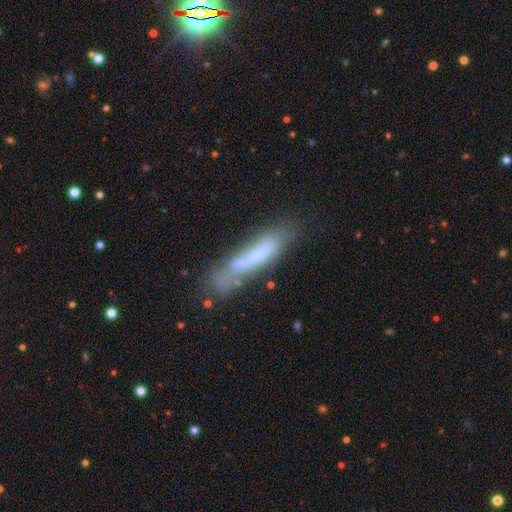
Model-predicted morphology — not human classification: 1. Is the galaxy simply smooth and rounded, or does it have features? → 50% smooth, 40% featured or disk, 9% star or artifact.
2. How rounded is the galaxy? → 86% cigar-shaped, 13% in between, 2% round.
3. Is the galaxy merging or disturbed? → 53% none, 23% minor disturbance, 13% merger, 12% major disturbance.